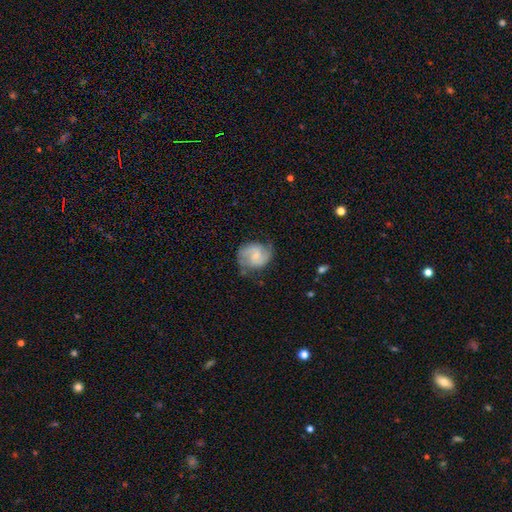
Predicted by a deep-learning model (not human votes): Smooth or featured: featured or disk — 75% (smooth — 20%)
Edge-on disk: no — 98% (yes — 2%)
Bar: weak — 47% (no — 44%)
Spiral arms: yes — 94% (no — 6%)
Spiral winding: medium — 51% (tight — 28%)
Spiral arm count: 2 — 87% (can't tell — 6%)
Bulge size: small — 55% (moderate — 28%)
Merging: none — 70% (minor disturbance — 21%)